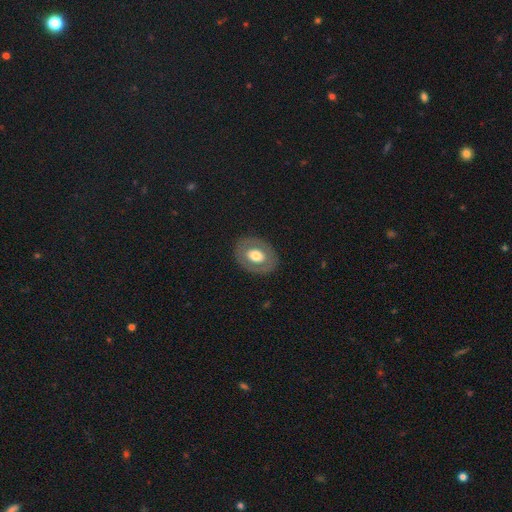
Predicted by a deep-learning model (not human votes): This appears to be a smooth galaxy with no disk features (53%) that is in between round and cigar-shaped (66%). Merging: none (84%).